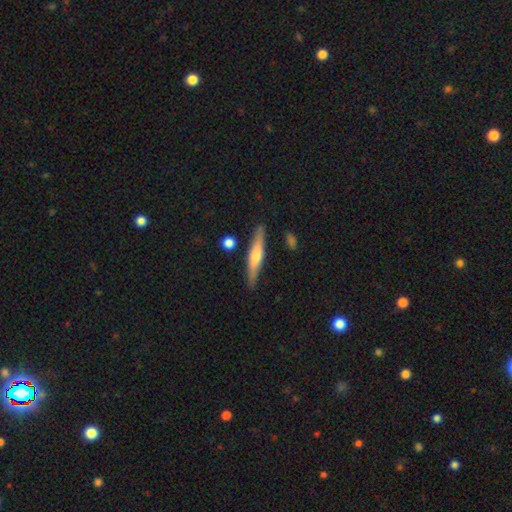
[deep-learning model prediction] A featured or disk galaxy (49%). Merging: none (87%).